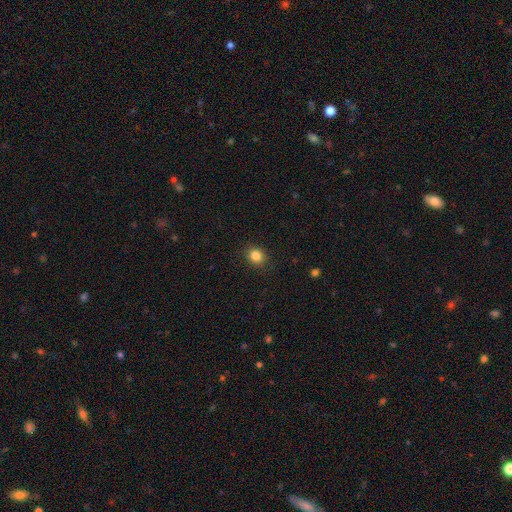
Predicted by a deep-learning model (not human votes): This appears to be a smooth galaxy with no disk features (85%) that is round (69%). Merging: none (88%).